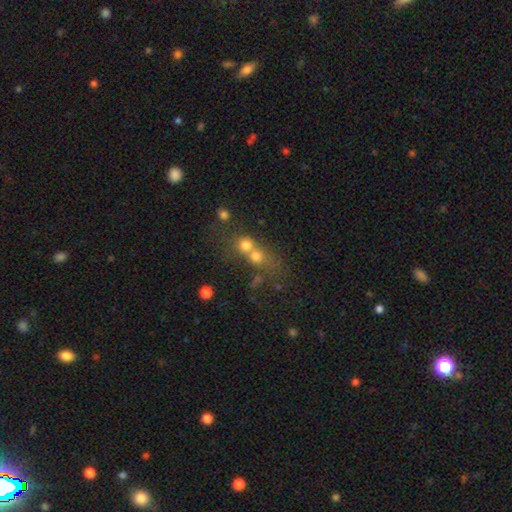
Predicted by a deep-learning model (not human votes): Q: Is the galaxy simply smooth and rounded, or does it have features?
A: smooth — 59%.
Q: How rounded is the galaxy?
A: round — 75%.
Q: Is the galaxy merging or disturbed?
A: merger — 62%.